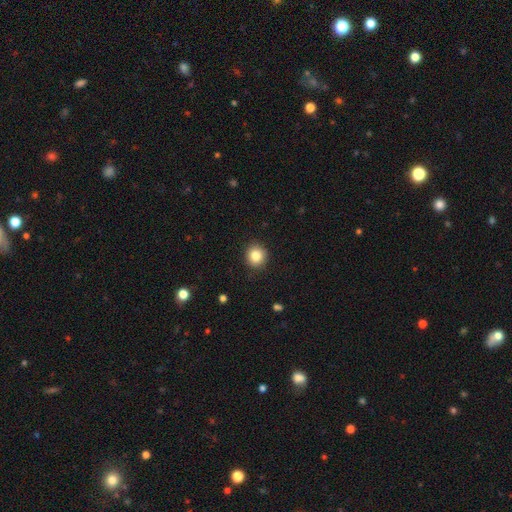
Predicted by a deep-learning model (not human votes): A smooth galaxy with no disk features (84%) that is round (90%). Merging: none (91%).